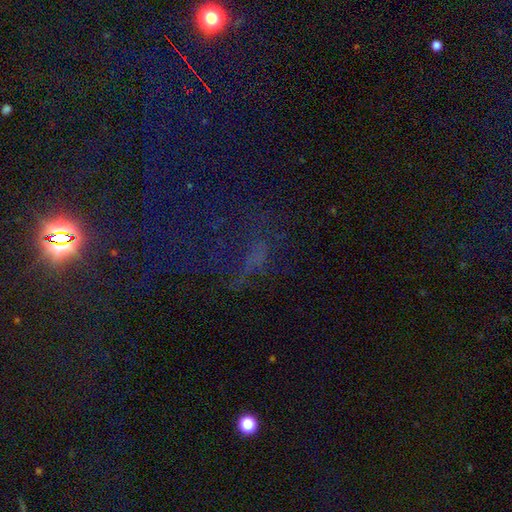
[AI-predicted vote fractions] smooth-or-featured: star or artifact: 54% | smooth: 24% | featured or disk: 22%